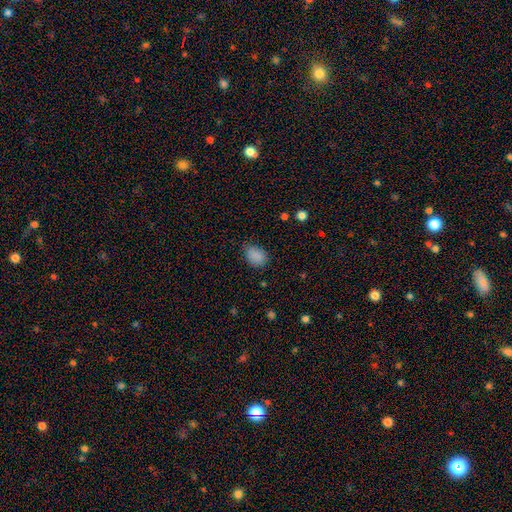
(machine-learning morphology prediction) A smooth galaxy with no disk features (87%) that is in between round and cigar-shaped (71%).

Vote fractions:
- Smooth or featured? smooth: 87% / star or artifact: 9% / featured or disk: 4%
- How rounded? in between: 71% / round: 27% / cigar-shaped: 1%
- Merging? none: 75% / minor disturbance: 20% / major disturbance: 4% / merger: 1%